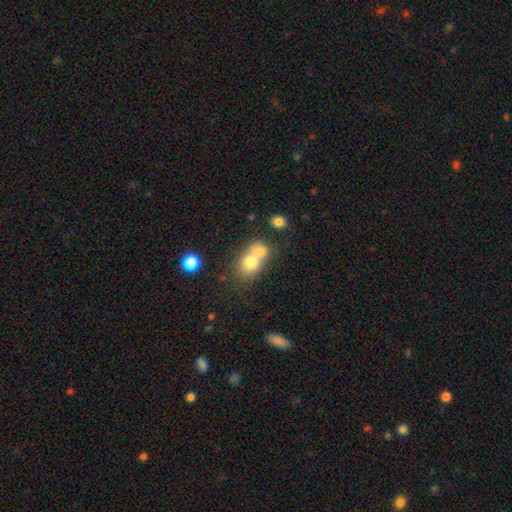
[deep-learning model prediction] smooth_or_featured: smooth (p=0.70) [alt: featured or disk p=0.18]
how_rounded: round (p=0.55) [alt: in between p=0.44]
merging: merger (p=0.63) [alt: none p=0.27]